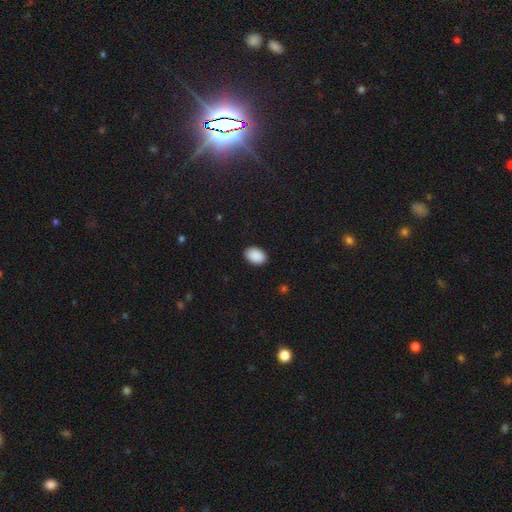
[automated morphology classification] Smooth or featured: smooth — 91% (star or artifact — 7%)
How rounded: in between — 86% (round — 13%)
Merging: none — 90% (minor disturbance — 8%)